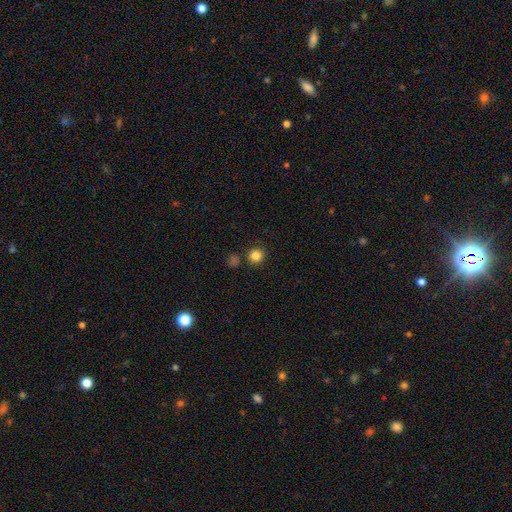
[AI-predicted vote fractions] A smooth galaxy with no disk features (84%) that is round (92%).

Vote fractions:
- Smooth or featured? smooth: 84% / star or artifact: 12% / featured or disk: 4%
- How rounded? round: 92% / in between: 7% / cigar-shaped: 1%
- Merging? none: 84% / minor disturbance: 7% / merger: 6% / major disturbance: 3%